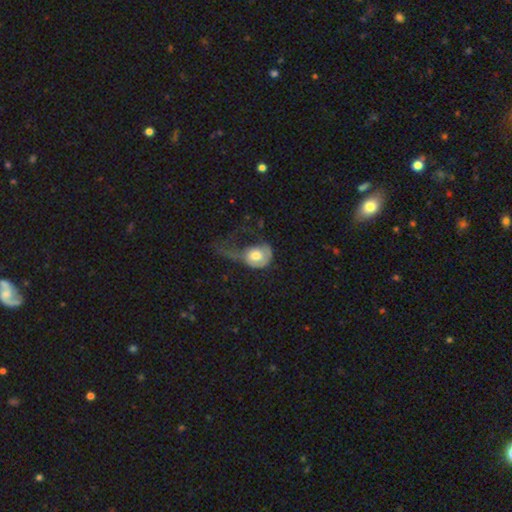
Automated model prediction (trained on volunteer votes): This appears to be a smooth galaxy with no disk features (62%) that is round (58%). Merging: major disturbance (67%).